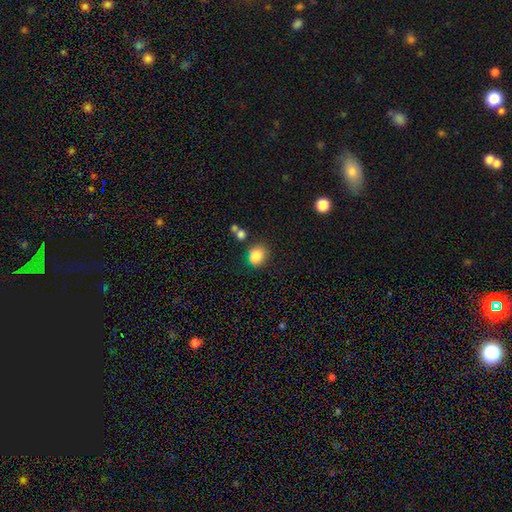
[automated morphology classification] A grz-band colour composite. It shows a smooth galaxy with no disk features (85%) that is round (76%). Merging: none (74%).